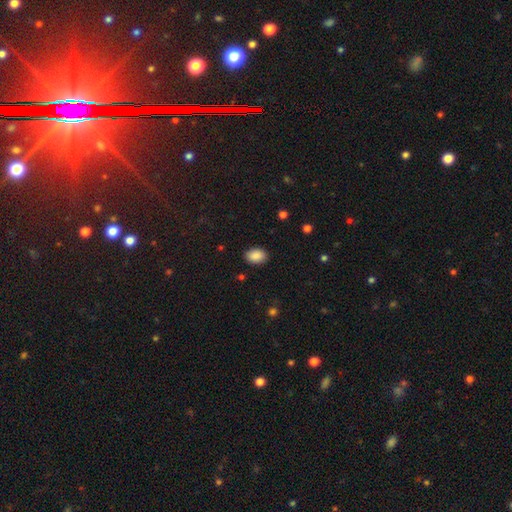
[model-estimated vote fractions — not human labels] smooth-or-featured: smooth: 89% | star or artifact: 8% | featured or disk: 3%
  how-rounded: in between: 83% | round: 16% | cigar-shaped: 1%
  merging: none: 88% | minor disturbance: 9% | major disturbance: 2% | merger: 1%